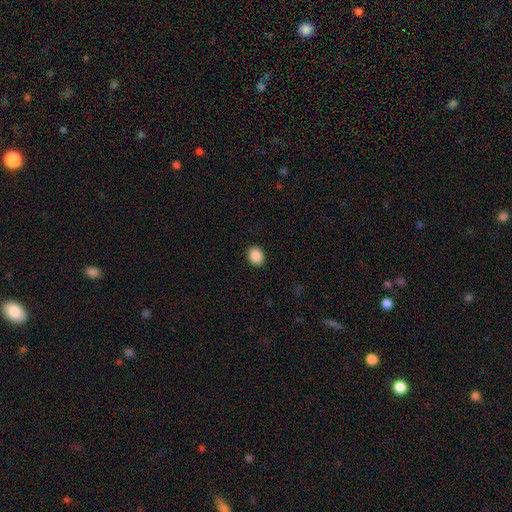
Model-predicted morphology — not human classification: Overall: smooth (89%). How rounded: round (56%; in between 43%). Merging: none (91%).